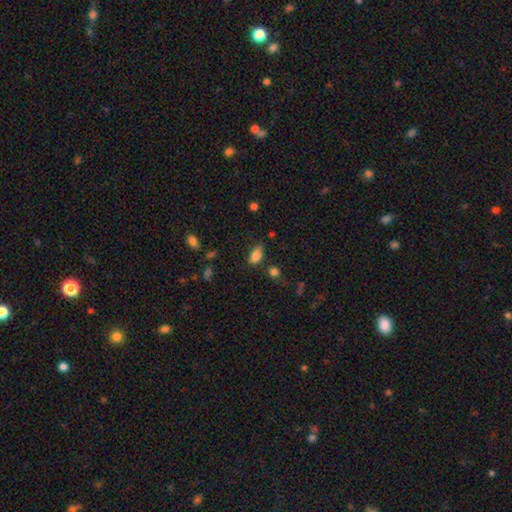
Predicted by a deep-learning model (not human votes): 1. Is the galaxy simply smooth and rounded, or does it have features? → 84% smooth, 10% star or artifact, 6% featured or disk.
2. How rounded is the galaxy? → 88% in between, 6% cigar-shaped, 5% round.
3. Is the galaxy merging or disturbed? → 66% none, 23% minor disturbance, 6% major disturbance, 5% merger.